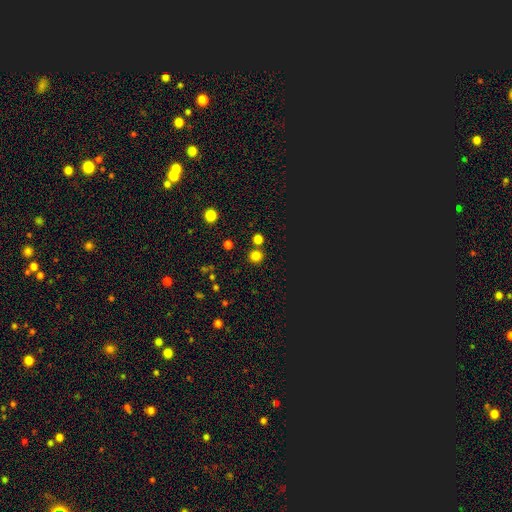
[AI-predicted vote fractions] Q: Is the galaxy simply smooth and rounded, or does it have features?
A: smooth — 76%.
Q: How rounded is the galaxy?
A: round — 89%.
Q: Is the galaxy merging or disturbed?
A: none — 79%.